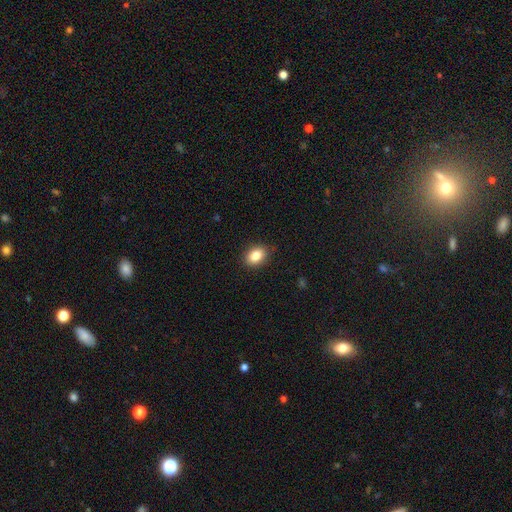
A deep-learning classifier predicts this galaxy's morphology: This appears to be a smooth galaxy with no disk features (85%) that is in between round and cigar-shaped (76%). Merging: none (88%).